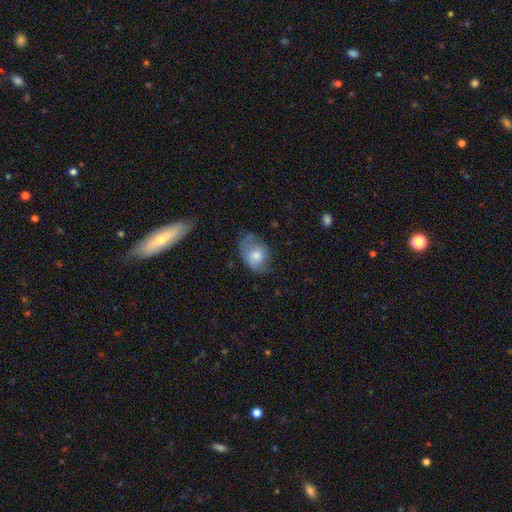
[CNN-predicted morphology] type=smooth (66%); roundness=in between (77%); merging=none (44%).